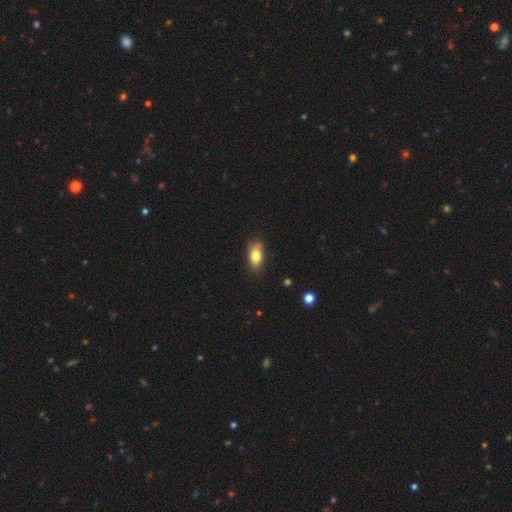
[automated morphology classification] Smooth or featured?
  - smooth: 79% *
  - featured or disk: 13%
  - star or artifact: 8%
How rounded?
  - in between: 88% *
  - cigar-shaped: 7%
  - round: 6%
Merging?
  - none: 74% *
  - minor disturbance: 20%
  - major disturbance: 4%
  - merger: 2%